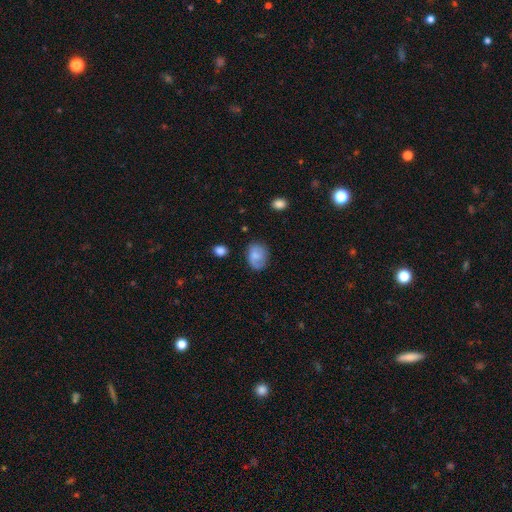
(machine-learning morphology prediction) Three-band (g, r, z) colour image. It shows a smooth galaxy with no disk features (67%) that is in between round and cigar-shaped (59%). Merging: none (65%).